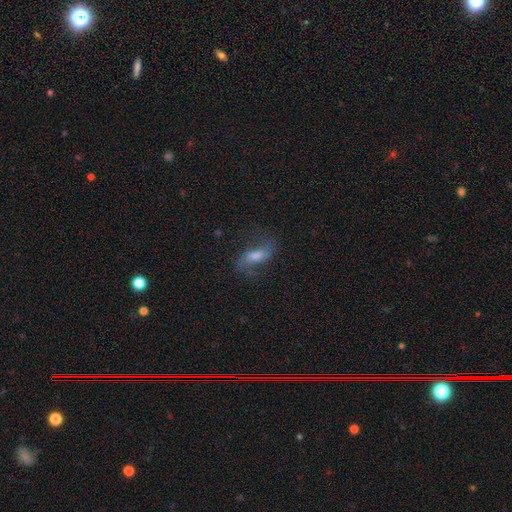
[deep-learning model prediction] Smooth or featured?
  - featured or disk: 49% *
  - smooth: 41%
  - star or artifact: 10%
Merging?
  - none: 61% *
  - minor disturbance: 20%
  - major disturbance: 16%
  - merger: 2%